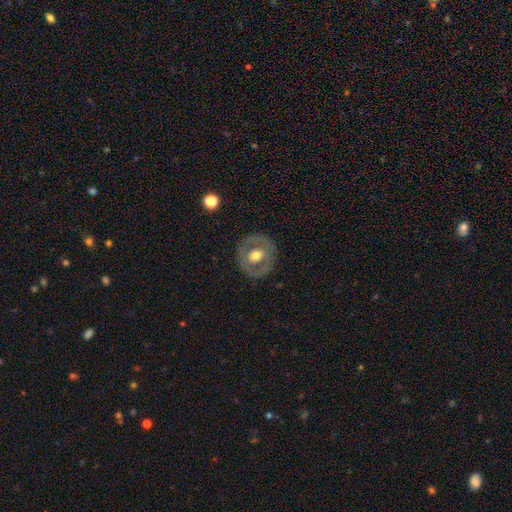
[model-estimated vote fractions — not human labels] A featured or disk galaxy (54%) with no bar (71%), no spiral arms (83%) and a moderate central bulge (71%). Merging: none (83%).